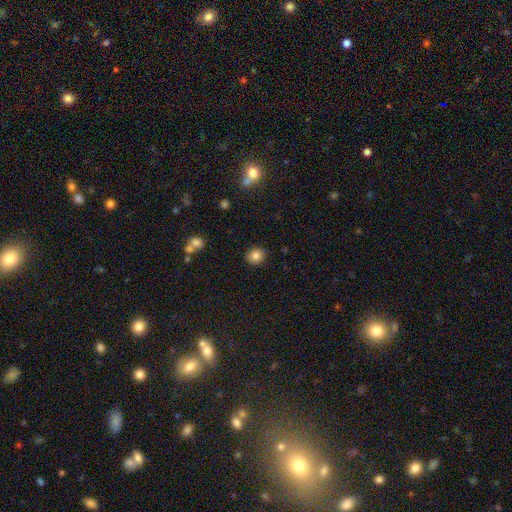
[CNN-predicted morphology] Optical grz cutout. It shows a smooth galaxy with no disk features (83%) that is round (77%). Merging: none (89%).